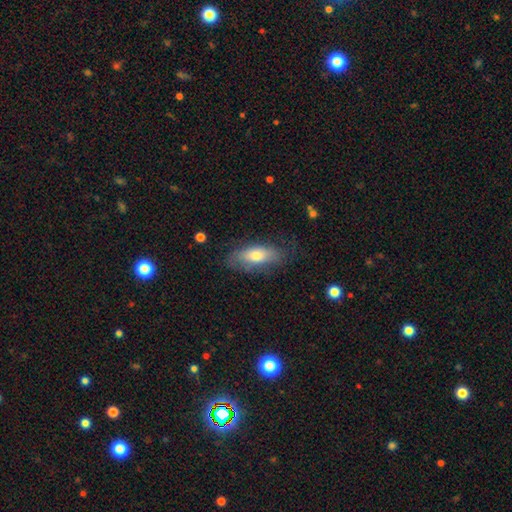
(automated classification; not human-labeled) Smooth or featured? smooth (66%)
How rounded? in between (77%)
Merging? none (69%)